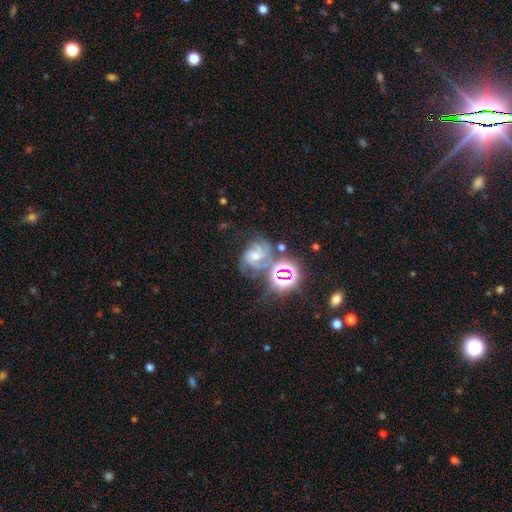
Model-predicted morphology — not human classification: type=featured or disk (60%); edge-on=no (97%); bar=no (53%); spiral arms=yes (95%); winding=tight (45%, tied with medium); arm count=2 (39%); bulge=moderate (52%); merging=none (53%).